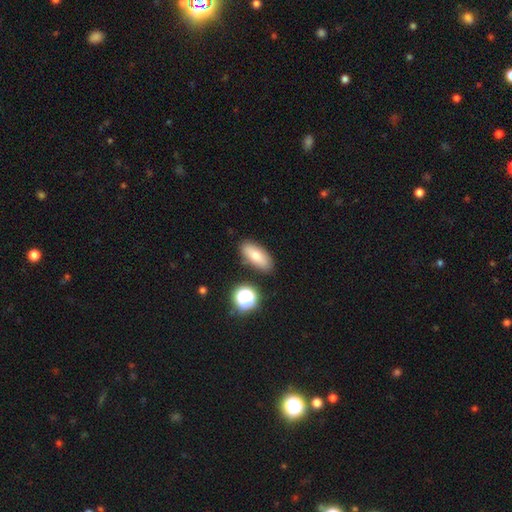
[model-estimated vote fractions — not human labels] Smooth or featured? Predicted: smooth (p=0.76). How rounded? Predicted: in between (p=0.76). Merging? Predicted: none (p=0.83).